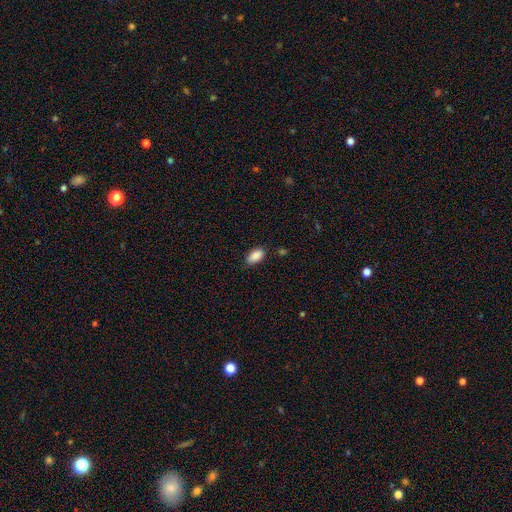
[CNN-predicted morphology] Q: Smooth or featured?
A: smooth (89%); runner-up: star or artifact (7%)
Q: How rounded?
A: in between (93%); runner-up: cigar-shaped (4%)
Q: Merging?
A: none (82%); runner-up: minor disturbance (14%)